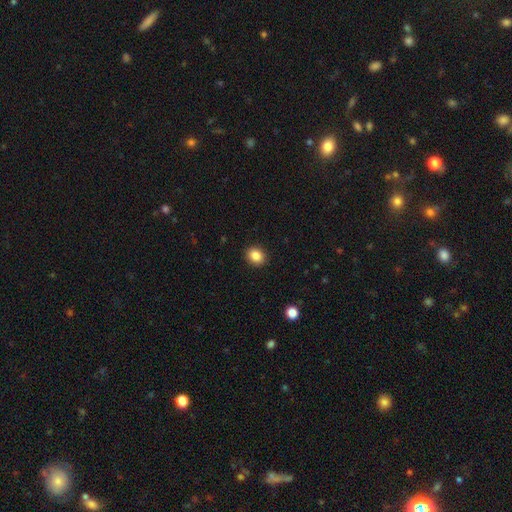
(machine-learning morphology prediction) Smooth or featured? smooth (86%)
How rounded? round (64%)
Merging? none (91%)